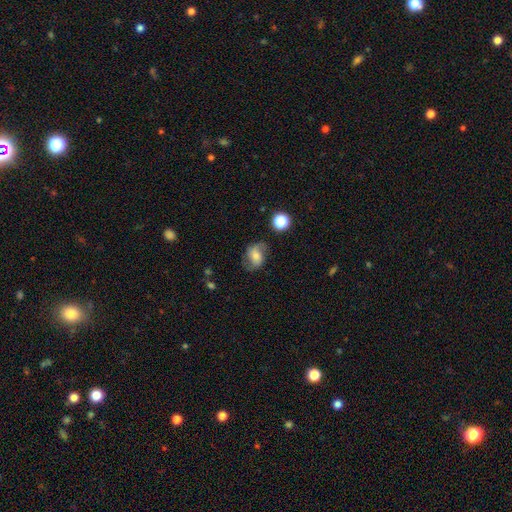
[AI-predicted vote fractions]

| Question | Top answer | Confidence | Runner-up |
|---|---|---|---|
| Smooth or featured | smooth | 45% | featured or disk (44%) |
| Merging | none | 65% | minor disturbance (22%) |